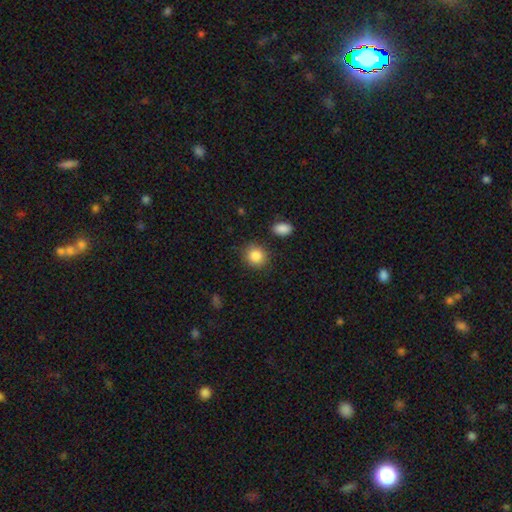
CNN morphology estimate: smooth-or-featured: smooth: 87% | star or artifact: 9% | featured or disk: 5%
  how-rounded: round: 81% | in between: 18% | cigar-shaped: 1%
  merging: none: 86% | minor disturbance: 8% | merger: 3% | major disturbance: 3%